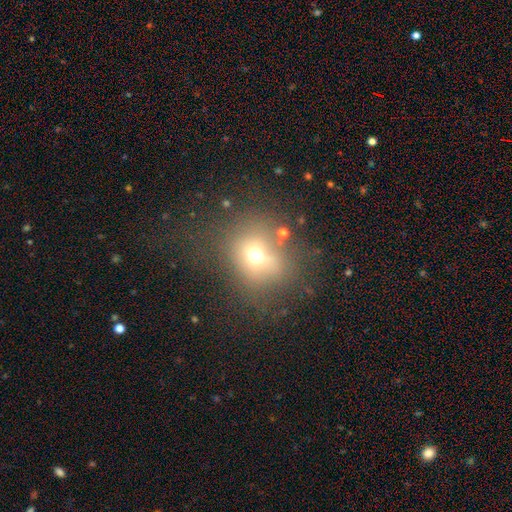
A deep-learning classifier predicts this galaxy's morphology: A smooth galaxy with no disk features (61%) that is round (76%).

Vote fractions:
- Smooth or featured? smooth: 61% / star or artifact: 21% / featured or disk: 18%
- How rounded? round: 76% / in between: 23% / cigar-shaped: 1%
- Merging? none: 58% / minor disturbance: 17% / major disturbance: 15% / merger: 10%